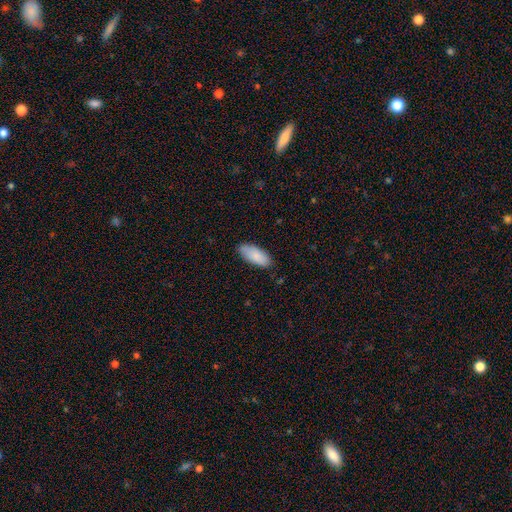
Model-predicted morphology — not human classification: This is clearly a smooth galaxy (88%). How rounded: clearly in between (85%). Merging: clearly none (84%).